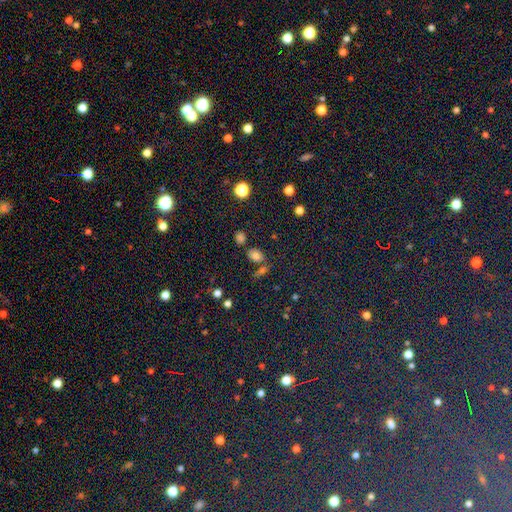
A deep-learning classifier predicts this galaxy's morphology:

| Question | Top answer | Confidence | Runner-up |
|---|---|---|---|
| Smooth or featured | smooth | 77% | star or artifact (15%) |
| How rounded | in between | 74% | round (24%) |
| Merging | none | 66% | merger (17%) |